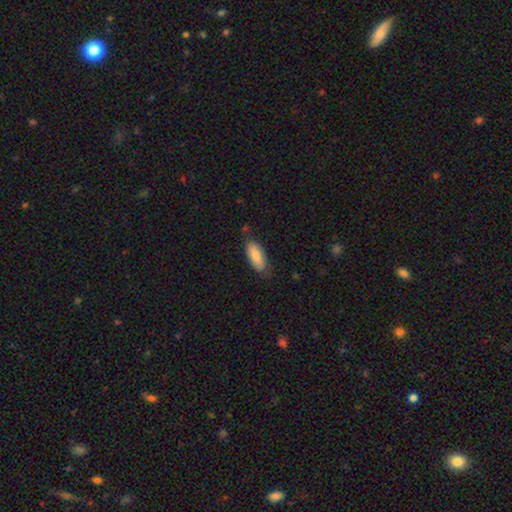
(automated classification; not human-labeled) A smooth galaxy with no disk features (84%) that is in between round and cigar-shaped (81%). Merging: none (75%).